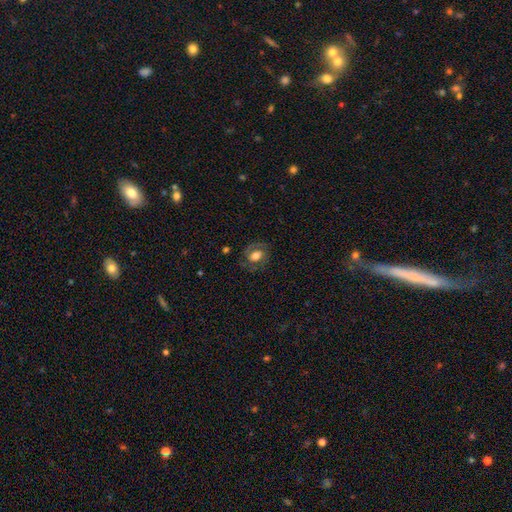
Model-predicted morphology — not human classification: Smooth or featured?
  - smooth: 46% *
  - featured or disk: 45%
  - star or artifact: 9%
Merging?
  - none: 70% *
  - minor disturbance: 18%
  - major disturbance: 11%
  - merger: 1%